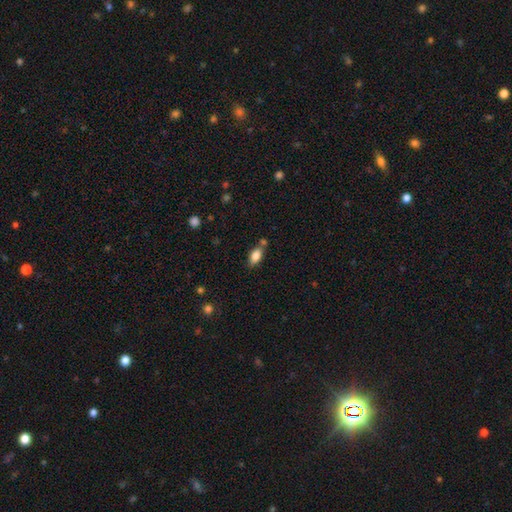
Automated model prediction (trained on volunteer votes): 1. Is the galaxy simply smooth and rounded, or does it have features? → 82% smooth, 10% featured or disk, 8% star or artifact.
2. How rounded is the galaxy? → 89% in between, 7% cigar-shaped, 4% round.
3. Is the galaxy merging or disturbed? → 67% none, 15% minor disturbance, 14% merger, 4% major disturbance.